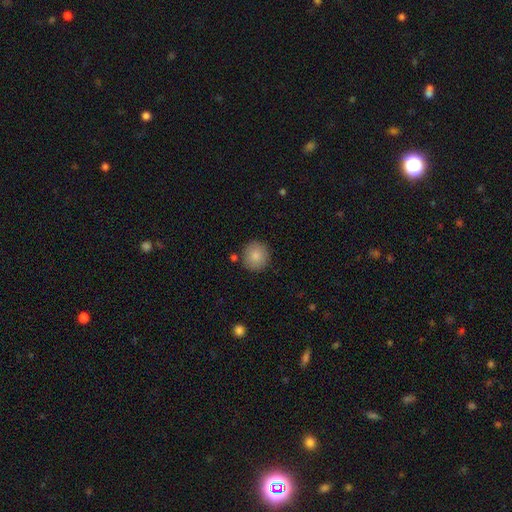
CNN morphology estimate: smooth_or_featured: smooth (p=0.85) [alt: star or artifact p=0.08]
how_rounded: round (p=0.91) [alt: in between p=0.08]
merging: none (p=0.87) [alt: minor disturbance p=0.08]